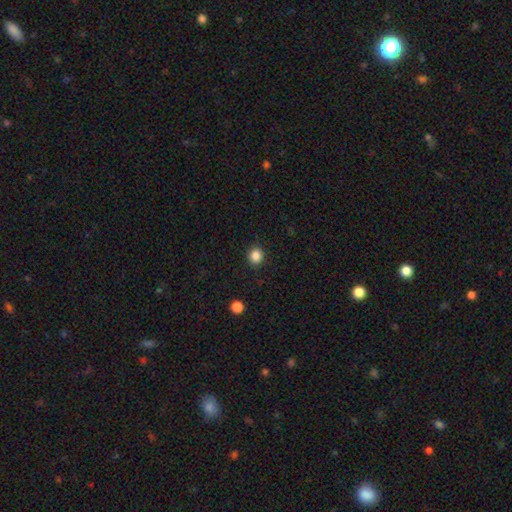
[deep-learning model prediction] Smooth or featured? smooth (85%)
How rounded? round (85%)
Merging? none (91%)